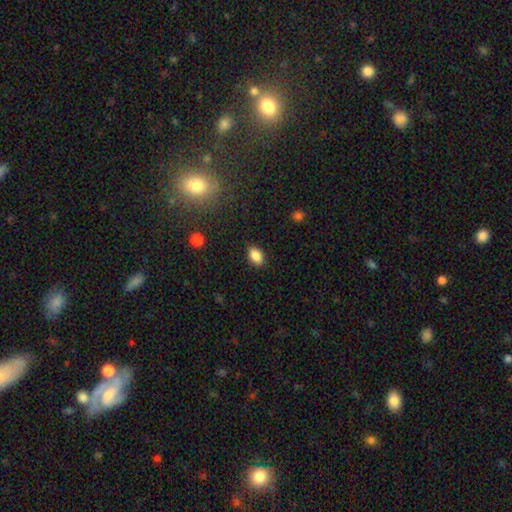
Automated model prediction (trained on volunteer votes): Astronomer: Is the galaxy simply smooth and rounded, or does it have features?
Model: smooth — 87%.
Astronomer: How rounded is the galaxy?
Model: in between — 88%.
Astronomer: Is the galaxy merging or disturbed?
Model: none — 87%.